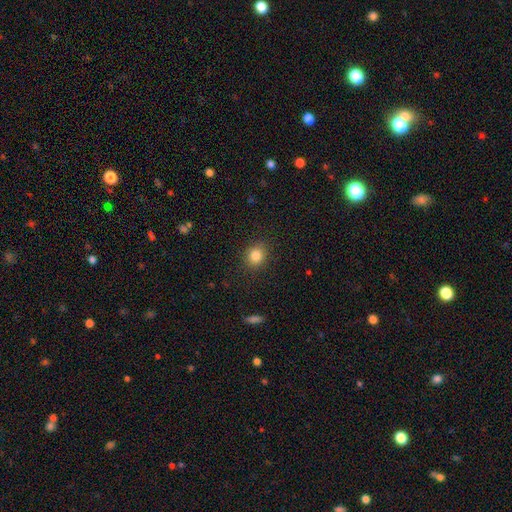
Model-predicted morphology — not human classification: smooth_or_featured: smooth (p=0.83) [alt: star or artifact p=0.11]
how_rounded: round (p=0.79) [alt: in between p=0.20]
merging: none (p=0.88) [alt: minor disturbance p=0.08]